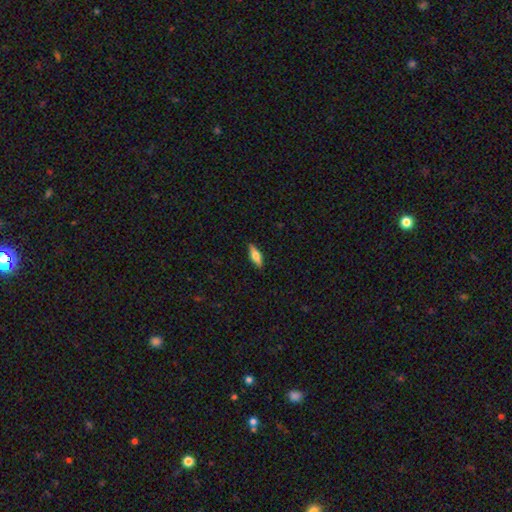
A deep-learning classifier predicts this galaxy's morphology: Q: Smooth or featured?
A: smooth (47%); runner-up: featured or disk (46%)
Q: Merging?
A: none (89%); runner-up: minor disturbance (8%)